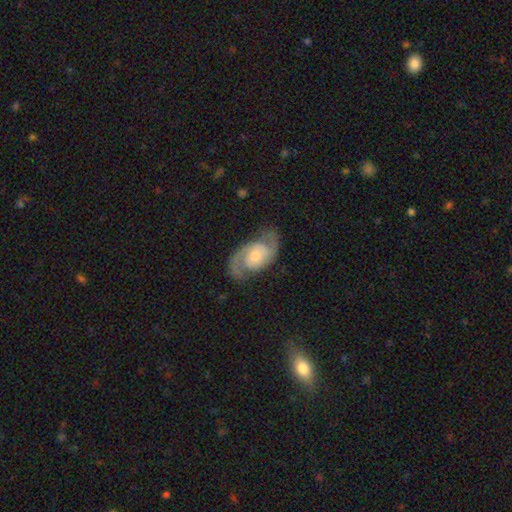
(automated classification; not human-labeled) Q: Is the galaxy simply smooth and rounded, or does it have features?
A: featured or disk — 86%.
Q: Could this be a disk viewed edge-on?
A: no — 97%.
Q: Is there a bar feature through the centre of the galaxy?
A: no — 64%.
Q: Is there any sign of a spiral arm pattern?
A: yes — 97%.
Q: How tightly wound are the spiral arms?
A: medium — 54%.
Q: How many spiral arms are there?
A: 2 — 92%.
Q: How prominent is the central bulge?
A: moderate — 58%.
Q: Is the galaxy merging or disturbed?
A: none — 75%.